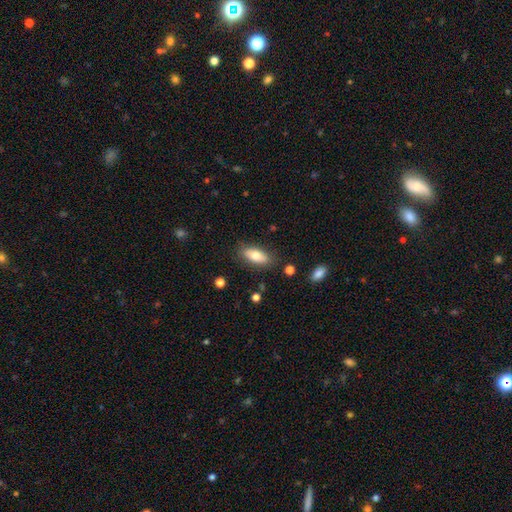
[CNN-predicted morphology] smooth-or-featured: smooth: 73% | featured or disk: 20% | star or artifact: 7%
  how-rounded: in between: 82% | cigar-shaped: 15% | round: 3%
  merging: none: 83% | minor disturbance: 12% | major disturbance: 3% | merger: 2%